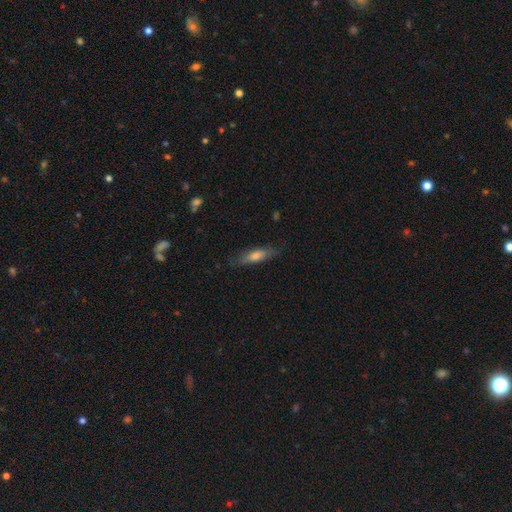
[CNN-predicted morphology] This appears to be a smooth galaxy with no disk features (63%) that is cigar-shaped (65%). Merging: none (78%).